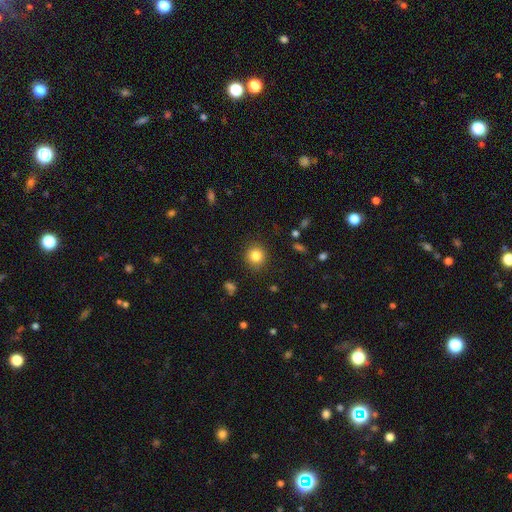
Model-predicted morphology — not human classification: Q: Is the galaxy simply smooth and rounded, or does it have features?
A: smooth — 83%.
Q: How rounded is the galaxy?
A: round — 89%.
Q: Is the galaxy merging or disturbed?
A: none — 89%.